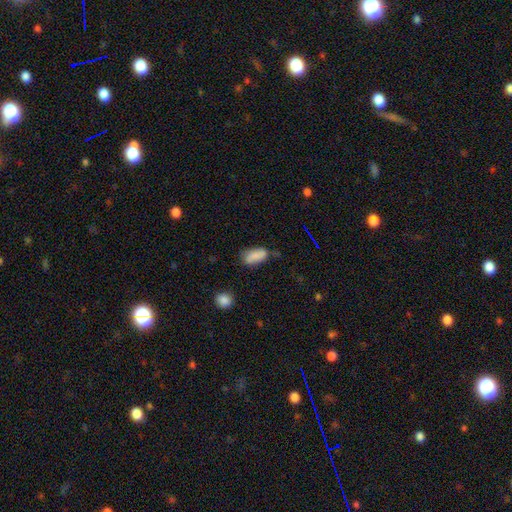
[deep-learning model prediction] smooth 79%, featured or disk 12%, star or artifact 8%. Down the decision tree: how rounded — in between (89%); merging — none (58%).